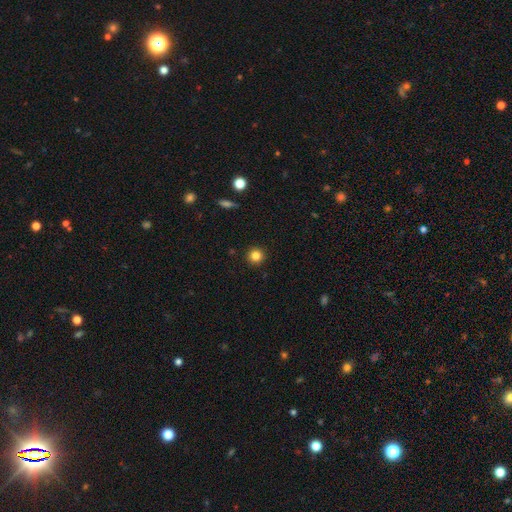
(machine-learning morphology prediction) The model was most divided on "smooth or featured": smooth: 83%, star or artifact: 12%, featured or disk: 5%. More confident: how rounded — round (95%); merging — none (93%).